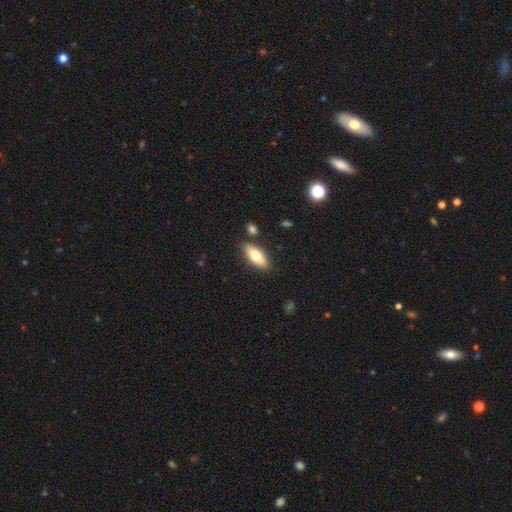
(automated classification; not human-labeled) smooth_or_featured: smooth (p=0.69) [alt: featured or disk p=0.24]
how_rounded: in between (p=0.78) [alt: cigar-shaped p=0.19]
merging: none (p=0.83) [alt: minor disturbance p=0.10]